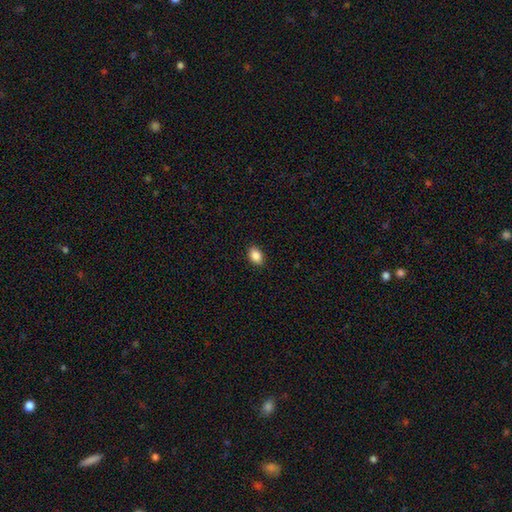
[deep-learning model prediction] Smooth or featured?
  - smooth: 88% *
  - star or artifact: 8%
  - featured or disk: 4%
How rounded?
  - in between: 83% *
  - round: 15%
  - cigar-shaped: 1%
Merging?
  - none: 90% *
  - minor disturbance: 7%
  - major disturbance: 2%
  - merger: 1%